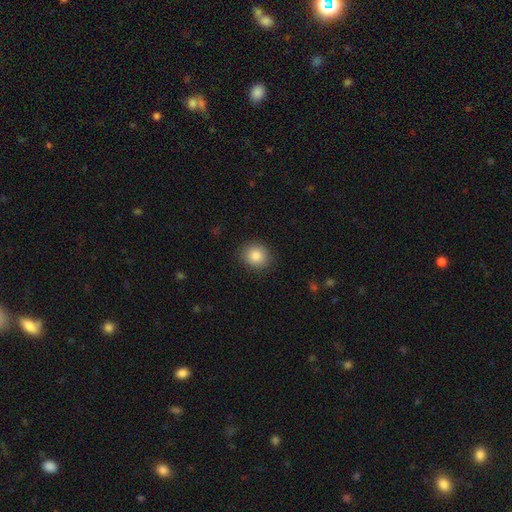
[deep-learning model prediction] Smooth or featured: smooth — 85% (star or artifact — 9%)
How rounded: round — 81% (in between — 19%)
Merging: none — 88% (minor disturbance — 9%)